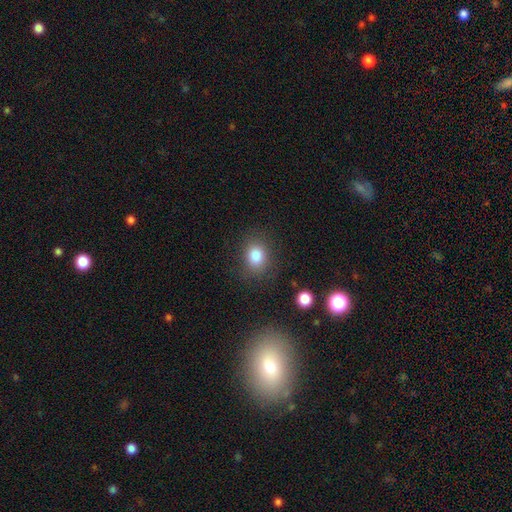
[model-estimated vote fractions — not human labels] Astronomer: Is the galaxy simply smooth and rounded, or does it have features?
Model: smooth — 84%.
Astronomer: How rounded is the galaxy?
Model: round — 54% (runner-up: in between, 45%).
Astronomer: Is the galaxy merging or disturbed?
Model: none — 79%.